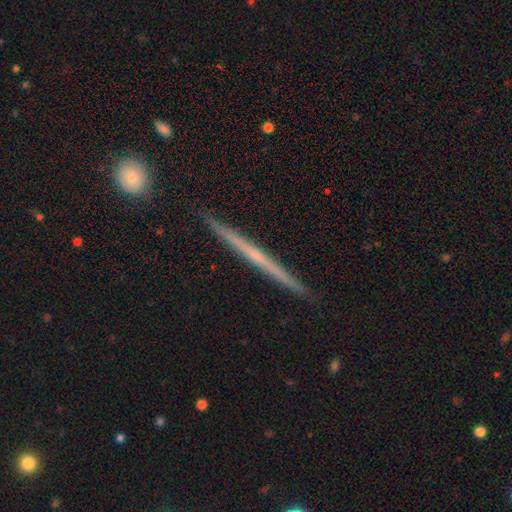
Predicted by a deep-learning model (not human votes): Smooth or featured: featured or disk — 67% (smooth — 26%)
Edge-on disk: yes — 98% (no — 2%)
Edge-on bulge: none — 76% (rounded — 20%)
Merging: none — 92% (minor disturbance — 6%)